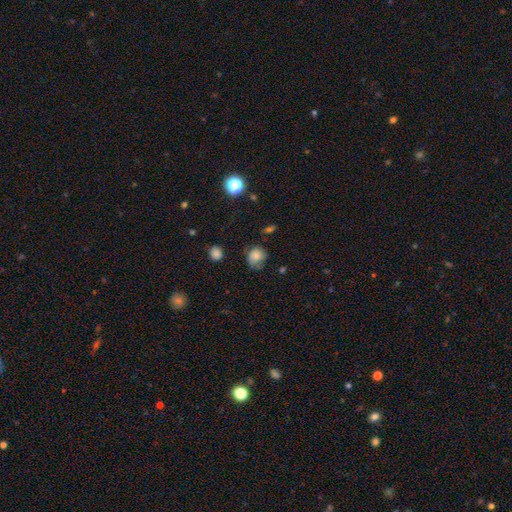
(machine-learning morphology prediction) This is likely a smooth galaxy (69%). How rounded: likely round (70%). Merging: possibly none (55%).